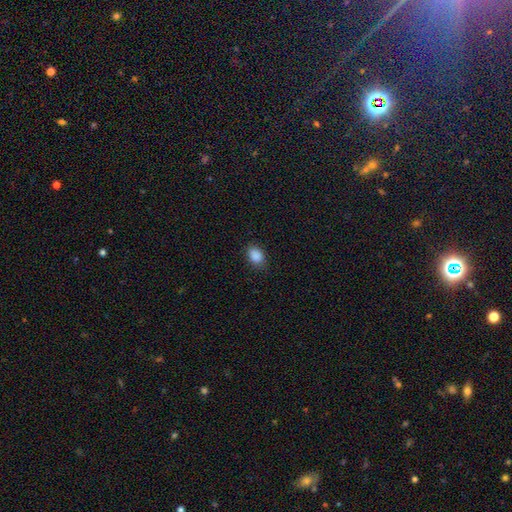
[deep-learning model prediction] smooth 88%, star or artifact 9%, featured or disk 3%. Down the decision tree: how rounded — in between (78%); merging — none (82%).